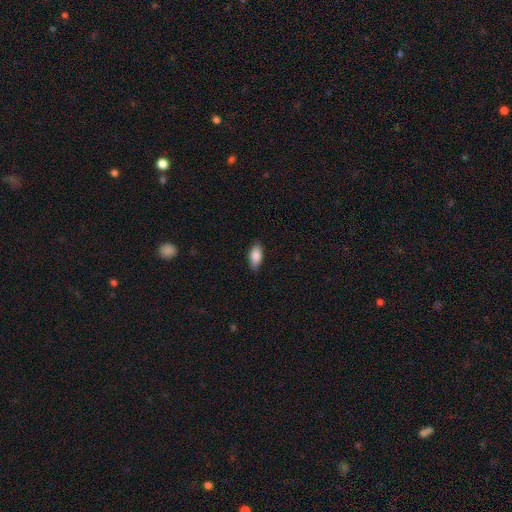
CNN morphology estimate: type=smooth (87%); roundness=in between (89%); merging=none (86%).